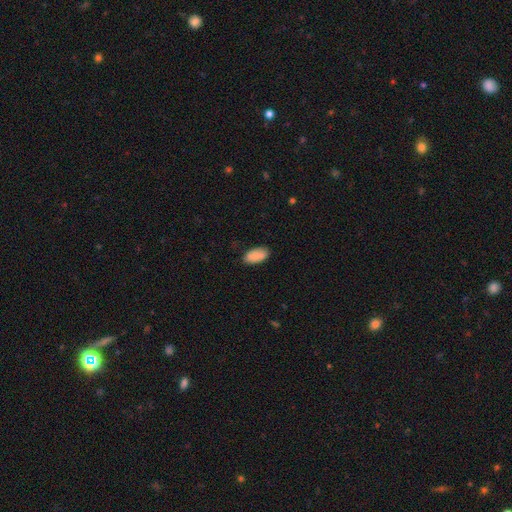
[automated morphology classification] This is clearly a smooth galaxy (88%). How rounded: clearly in between (94%). Merging: clearly none (84%).